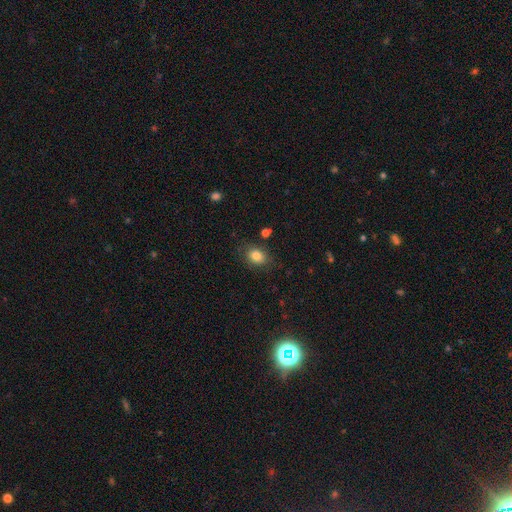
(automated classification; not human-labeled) smooth-or-featured: smooth: 83% | star or artifact: 10% | featured or disk: 7%
  how-rounded: in between: 60% | round: 39% | cigar-shaped: 1%
  merging: none: 79% | minor disturbance: 14% | major disturbance: 4% | merger: 2%